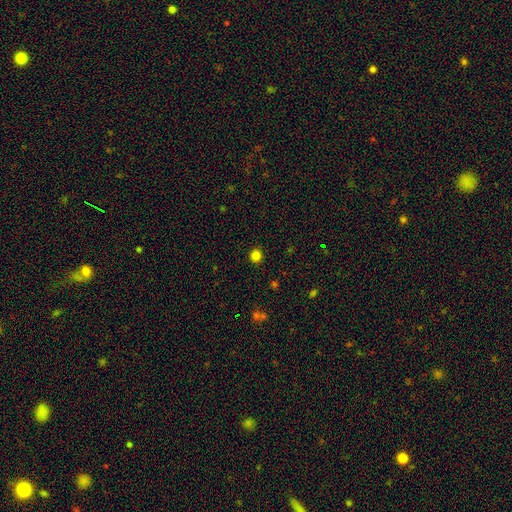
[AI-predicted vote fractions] A smooth galaxy with no disk features (83%) that is round (88%).

Vote fractions:
- Smooth or featured? smooth: 83% / star or artifact: 14% / featured or disk: 3%
- How rounded? round: 88% / in between: 11% / cigar-shaped: 1%
- Merging? none: 91% / minor disturbance: 6% / major disturbance: 2% / merger: 1%